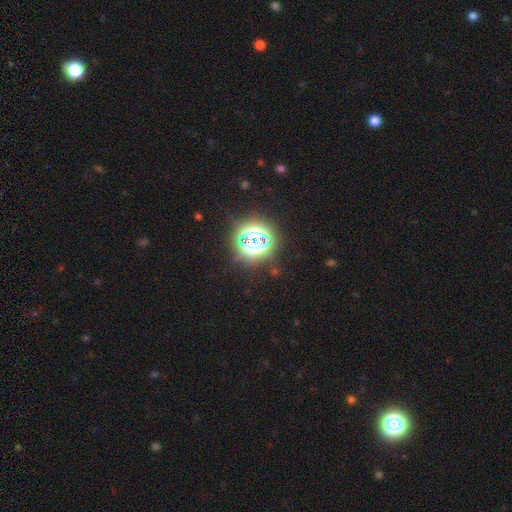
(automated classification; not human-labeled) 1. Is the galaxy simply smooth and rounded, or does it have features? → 79% star or artifact, 16% smooth, 5% featured or disk.